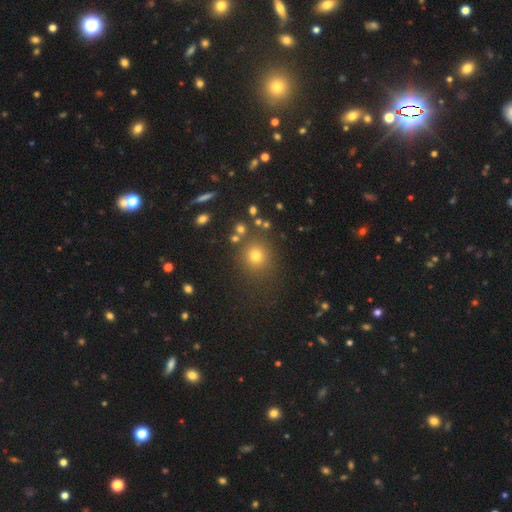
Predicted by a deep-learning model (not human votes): Smooth or featured? Predicted: smooth (p=0.73). How rounded? Predicted: round (p=0.89). Merging? Predicted: none (p=0.80).